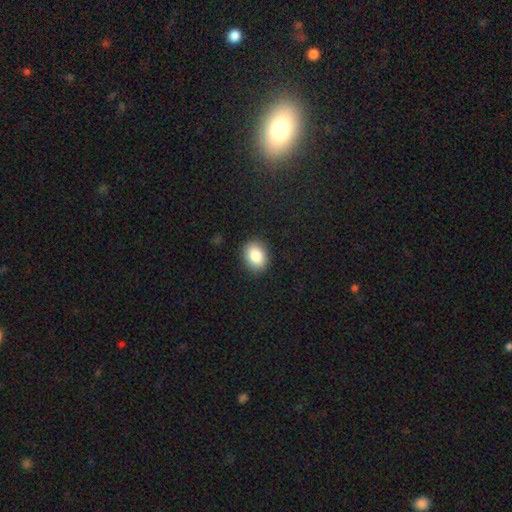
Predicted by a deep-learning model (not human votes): This is clearly a smooth galaxy (85%). How rounded: likely in between (63%). Merging: clearly none (89%).